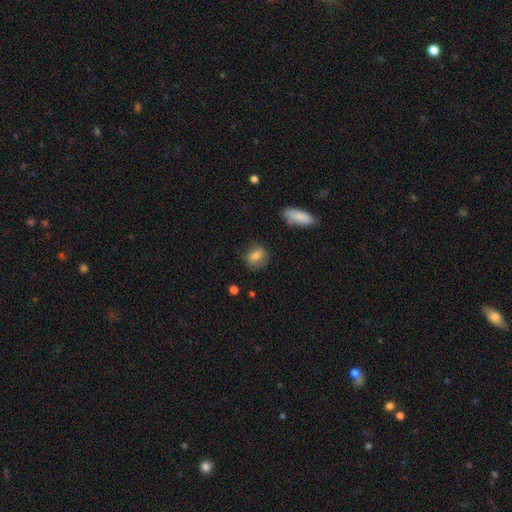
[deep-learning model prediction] Morphology: type=smooth (80%); roundness=in between (54%); merging=none (74%).